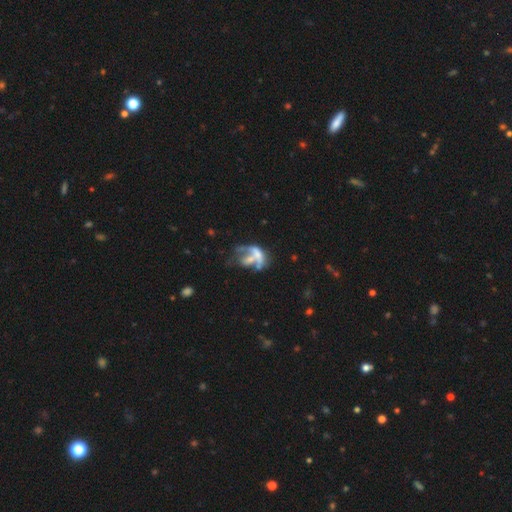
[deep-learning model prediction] Morphology: type=featured or disk (55%); edge-on=no (95%); bar=no (83%); spiral arms=no (86%); bulge=none (54%); merging=merger (44%).